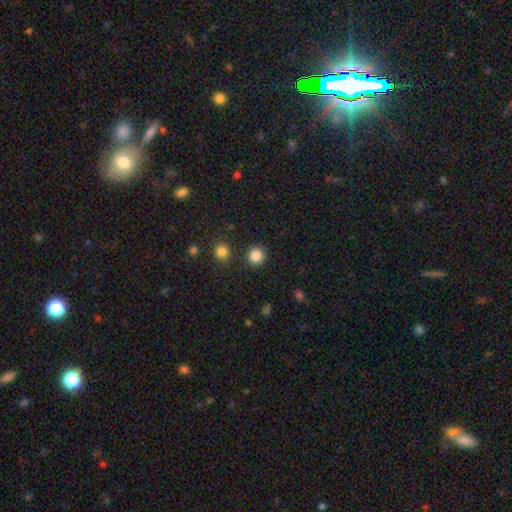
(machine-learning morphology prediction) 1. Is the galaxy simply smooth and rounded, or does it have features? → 85% smooth, 11% star or artifact, 3% featured or disk.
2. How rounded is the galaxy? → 92% round, 7% in between, 1% cigar-shaped.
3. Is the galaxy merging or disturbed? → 88% none, 6% minor disturbance, 3% merger, 2% major disturbance.